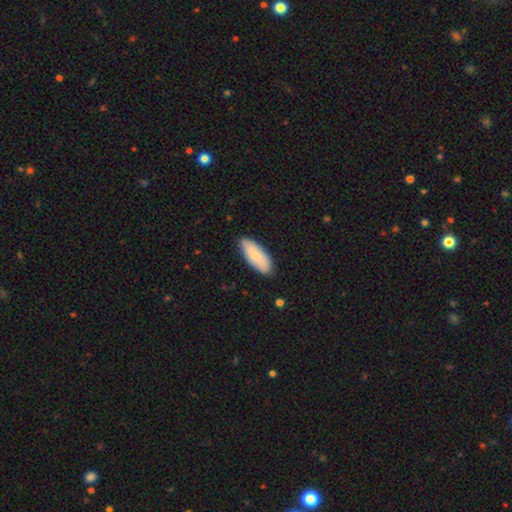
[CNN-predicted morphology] Smooth or featured?
  - smooth: 79% *
  - featured or disk: 16%
  - star or artifact: 5%
How rounded?
  - in between: 80% *
  - cigar-shaped: 18%
  - round: 2%
Merging?
  - none: 86% *
  - minor disturbance: 11%
  - major disturbance: 2%
  - merger: 1%